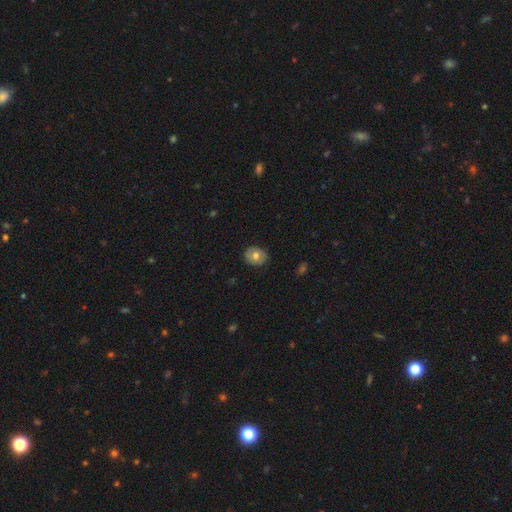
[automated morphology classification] This appears to be a smooth galaxy with no disk features (68%) that is round (52%). Merging: none (86%).